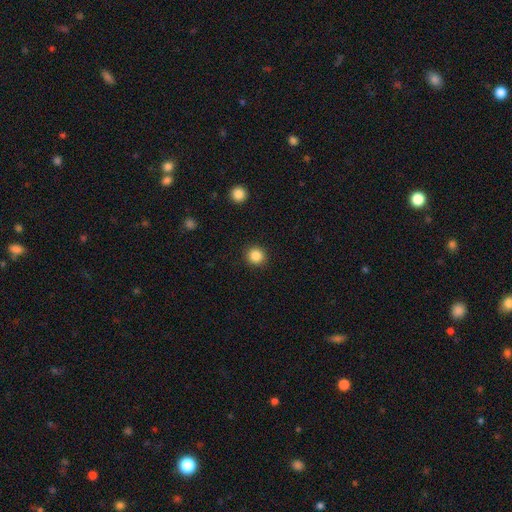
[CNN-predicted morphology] Smooth or featured: smooth — 86% (star or artifact — 11%)
How rounded: round — 93% (in between — 6%)
Merging: none — 92% (minor disturbance — 5%)